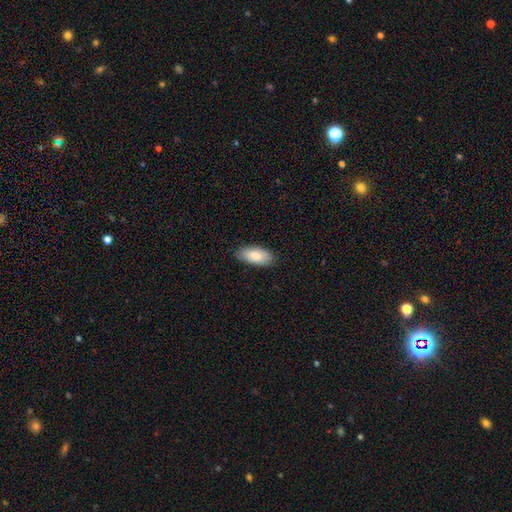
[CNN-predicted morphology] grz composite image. It shows a smooth galaxy with no disk features (80%) that is in between round and cigar-shaped (90%). Merging: none (85%).